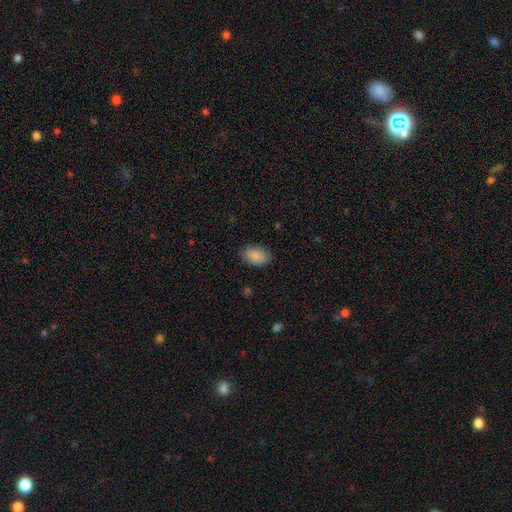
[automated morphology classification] Smooth or featured? smooth (89%)
How rounded? in between (91%)
Merging? none (85%)